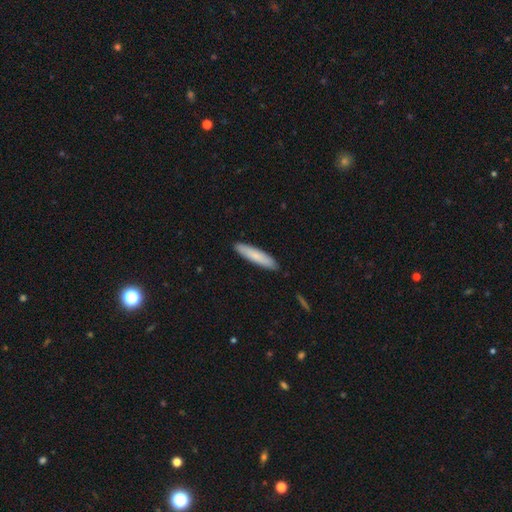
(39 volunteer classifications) Smooth or featured? smooth (85%)
How rounded? cigar-shaped (91%)
Merging? none (94%)